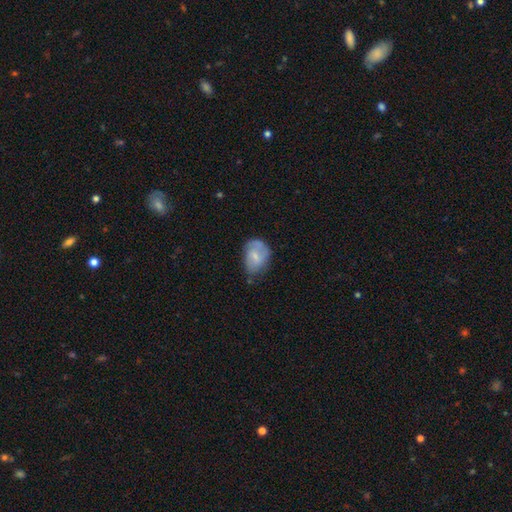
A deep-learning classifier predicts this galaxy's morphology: This is possibly a smooth galaxy (55%). How rounded: likely in between (74%). Merging: marginally none (45%).